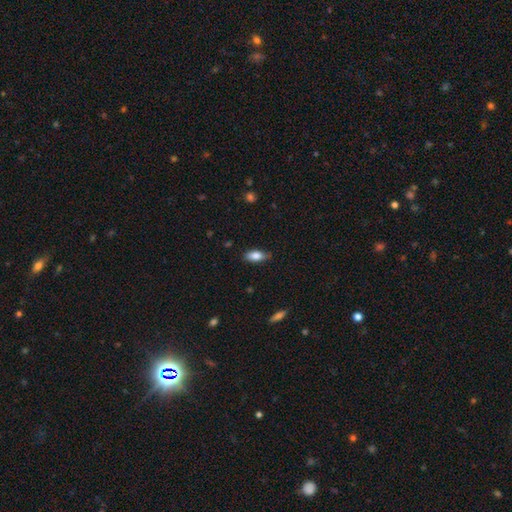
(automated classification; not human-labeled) Morphology: type=smooth (82%); roundness=in between (84%); merging=none (80%).